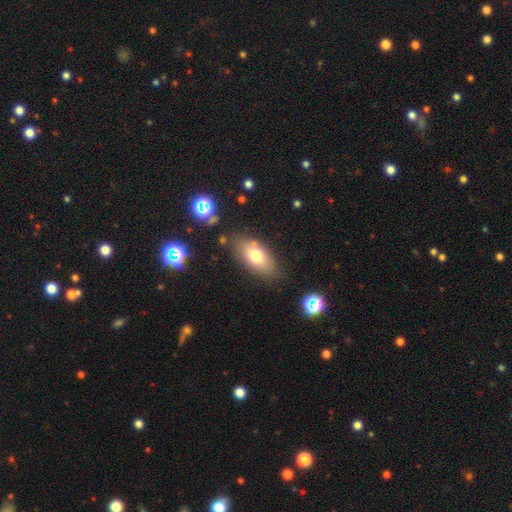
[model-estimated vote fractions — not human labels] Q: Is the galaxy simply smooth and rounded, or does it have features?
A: smooth — 73%.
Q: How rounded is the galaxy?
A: in between — 89%.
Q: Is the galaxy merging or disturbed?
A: none — 78%.